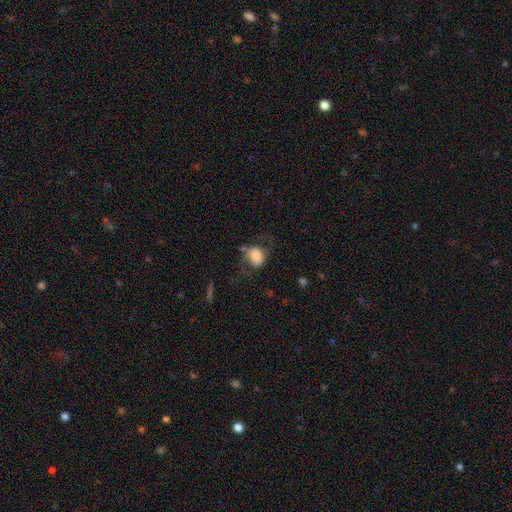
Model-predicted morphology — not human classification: type=smooth (61%); roundness=in between (57%); merging=none (45%).